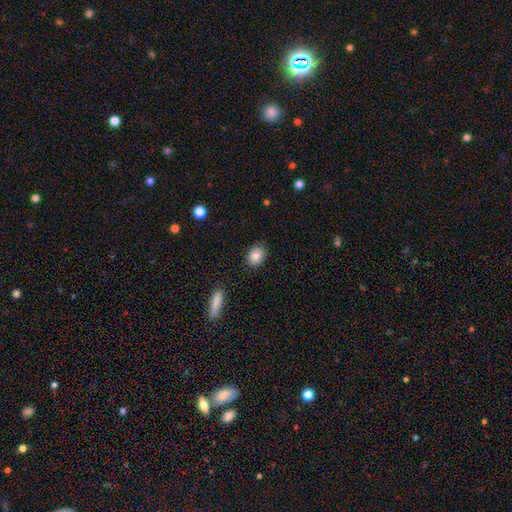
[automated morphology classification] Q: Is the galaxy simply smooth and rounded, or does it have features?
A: smooth — 87%.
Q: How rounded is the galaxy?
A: in between — 70%.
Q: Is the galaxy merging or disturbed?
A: none — 86%.